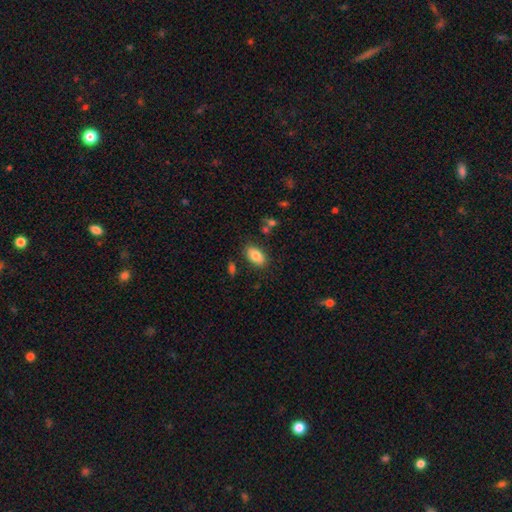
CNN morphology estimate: type=smooth (82%); roundness=in between (92%); merging=none (82%).